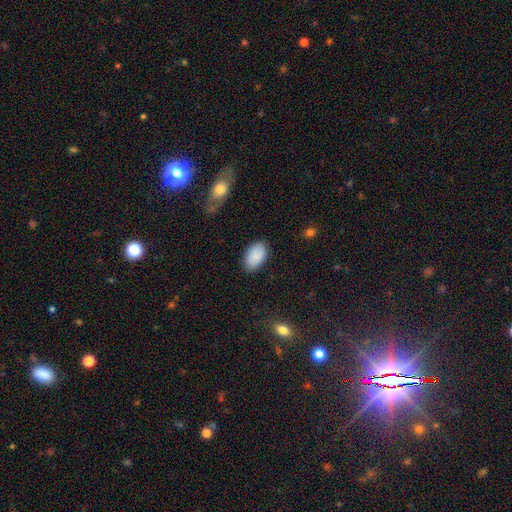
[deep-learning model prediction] The model was most divided on "merging": none: 86%, minor disturbance: 10%, major disturbance: 3%, merger: 1%. More confident: how rounded — in between (93%); smooth or featured — smooth (88%).